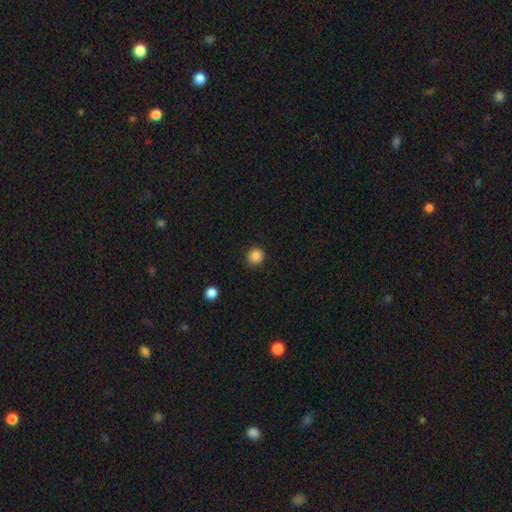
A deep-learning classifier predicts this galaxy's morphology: This appears to be a smooth galaxy with no disk features (86%) that is round (92%). Merging: none (90%).